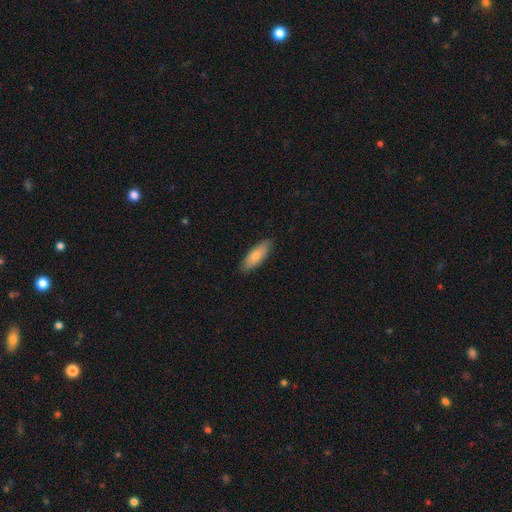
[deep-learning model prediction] Morphology: type=smooth (78%); roundness=in between (67%); merging=none (86%).